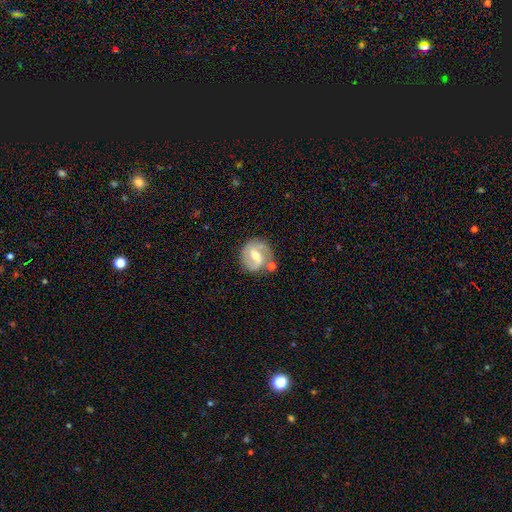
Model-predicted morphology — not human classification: This is clearly a featured or disk galaxy (82%). It is clearly not viewed edge-on (98%). Bar: possibly weak (51%). Spiral arm pattern: clearly yes (94%). Spiral arm count: clearly 2 (86%). Spiral winding: possibly medium (51%). Central bulge: possibly moderate (59%). Merging: likely none (70%).